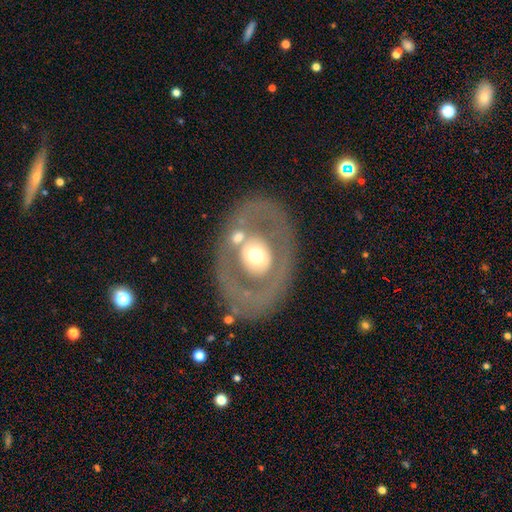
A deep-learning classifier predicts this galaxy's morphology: Q: Smooth or featured?
A: featured or disk (59%); runner-up: smooth (35%)
Q: Edge-on disk?
A: no (92%); runner-up: yes (8%)
Q: Bar?
A: no (87%); runner-up: weak (8%)
Q: Spiral arms?
A: no (90%); runner-up: yes (10%)
Q: Bulge size?
A: moderate (62%); runner-up: large (26%)
Q: Merging?
A: none (72%); runner-up: minor disturbance (12%)